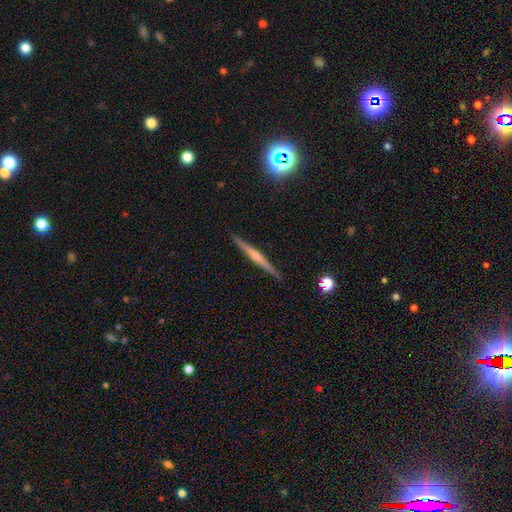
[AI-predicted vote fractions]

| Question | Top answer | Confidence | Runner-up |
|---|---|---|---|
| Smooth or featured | featured or disk | 74% | smooth (17%) |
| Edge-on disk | yes | 98% | no (2%) |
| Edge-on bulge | rounded | 74% | none (19%) |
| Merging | none | 91% | minor disturbance (6%) |